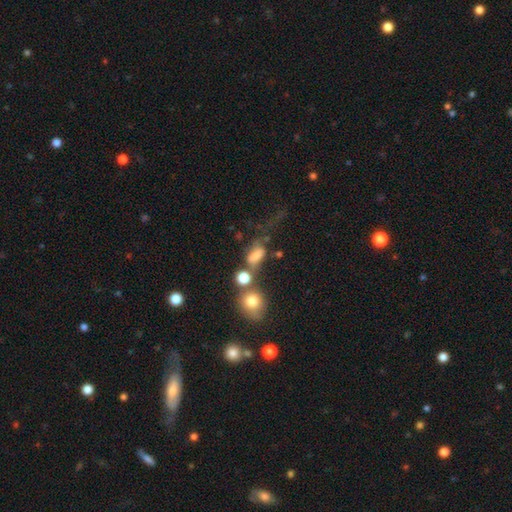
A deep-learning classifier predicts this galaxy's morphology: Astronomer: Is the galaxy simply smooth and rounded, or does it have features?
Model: smooth — 71%.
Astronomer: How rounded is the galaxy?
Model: in between — 72%.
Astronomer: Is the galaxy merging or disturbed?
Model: merger — 33% (runner-up: none, 30%).